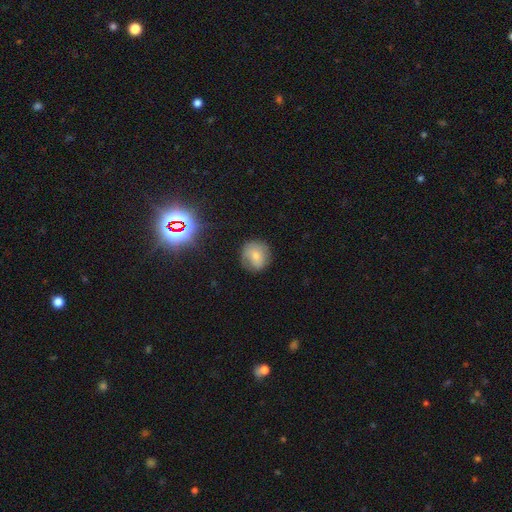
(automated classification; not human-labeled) Q: Smooth or featured?
A: smooth (59%); runner-up: featured or disk (29%)
Q: How rounded?
A: round (89%); runner-up: in between (10%)
Q: Merging?
A: none (76%); runner-up: minor disturbance (17%)